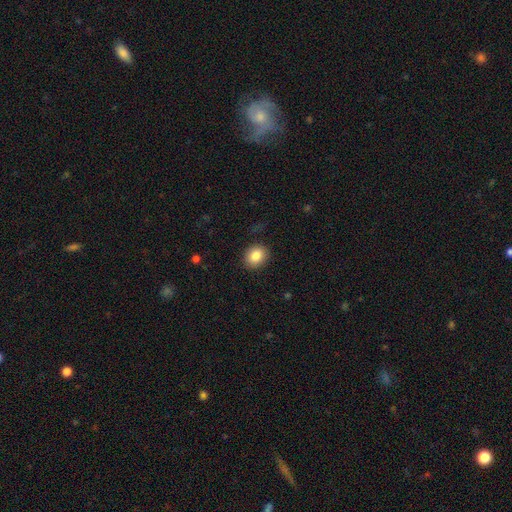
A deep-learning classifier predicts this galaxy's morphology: smooth-or-featured: smooth: 85% | star or artifact: 9% | featured or disk: 7%
  how-rounded: round: 56% | in between: 43% | cigar-shaped: 1%
  merging: none: 88% | minor disturbance: 9% | major disturbance: 3% | merger: 1%